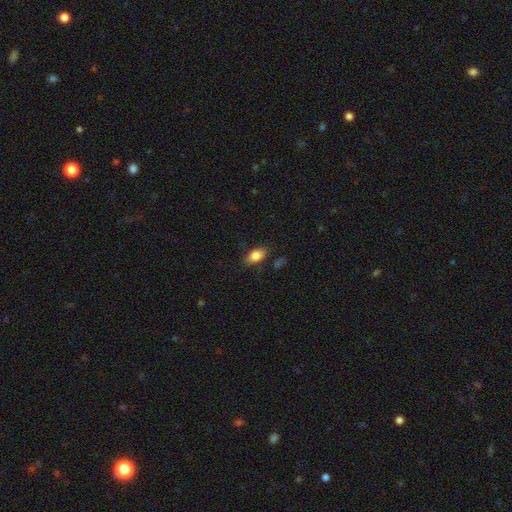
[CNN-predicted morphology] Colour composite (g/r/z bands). It shows a smooth galaxy with no disk features (82%) that is in between round and cigar-shaped (87%). Merging: none (79%).